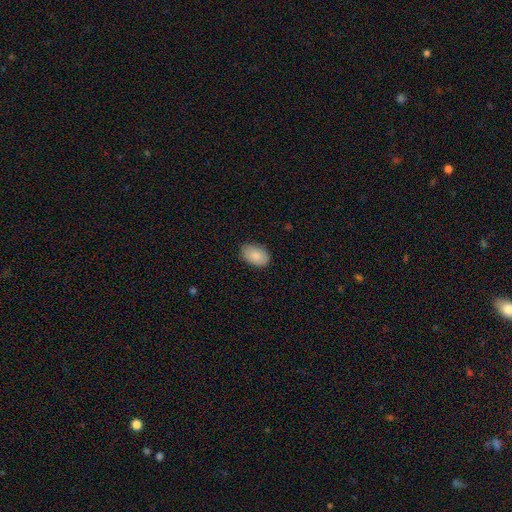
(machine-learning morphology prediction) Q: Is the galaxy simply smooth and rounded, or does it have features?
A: smooth — 87%.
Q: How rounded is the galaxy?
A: in between — 90%.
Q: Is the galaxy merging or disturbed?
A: none — 84%.